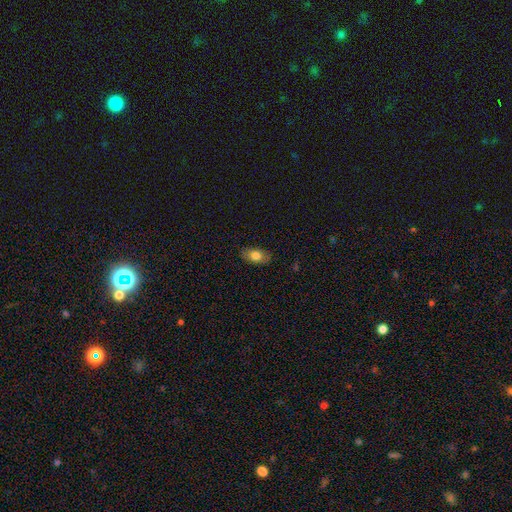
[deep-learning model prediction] smooth-or-featured: smooth: 79% | featured or disk: 14% | star or artifact: 8%
  how-rounded: in between: 89% | round: 8% | cigar-shaped: 3%
  merging: none: 85% | minor disturbance: 12% | major disturbance: 3% | merger: 1%